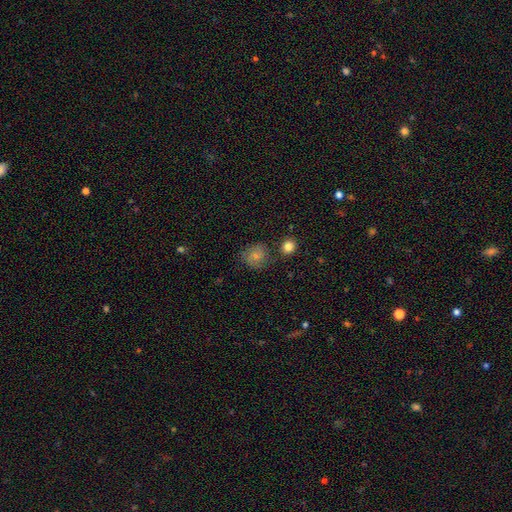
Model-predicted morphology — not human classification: This appears to be a smooth galaxy with no disk features (60%) that is round (79%). Merging: none (71%).